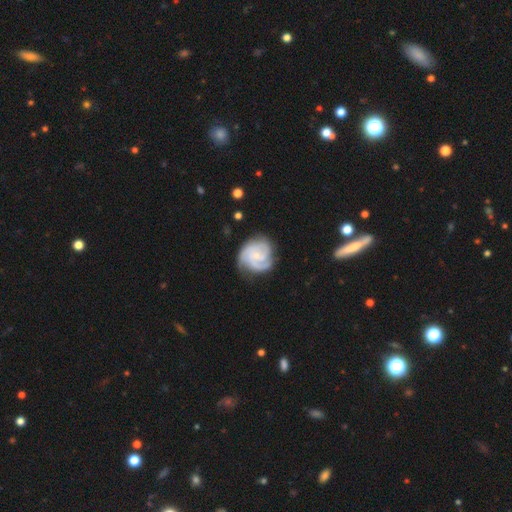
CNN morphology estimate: smooth_or_featured: featured or disk (p=0.83) [alt: smooth p=0.12]
disk_edge_on: no (p=0.98) [alt: yes p=0.02]
bar: no (p=0.69) [alt: weak p=0.26]
has_spiral_arms: yes (p=0.97) [alt: no p=0.03]
spiral_winding: tight (p=0.62) [alt: medium p=0.31]
spiral_arm_count: 3 (p=0.46) [alt: 2 p=0.21]
bulge_size: small (p=0.73) [alt: moderate p=0.20]
merging: none (p=0.68) [alt: minor disturbance p=0.22]